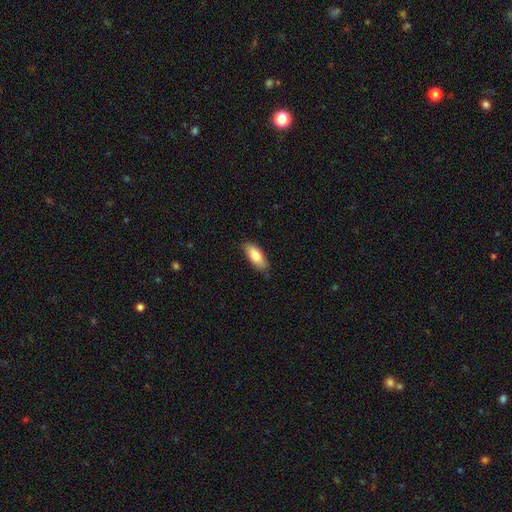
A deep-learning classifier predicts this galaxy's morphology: Smooth or featured?
  - smooth: 80% *
  - featured or disk: 14%
  - star or artifact: 6%
How rounded?
  - in between: 83% *
  - cigar-shaped: 15%
  - round: 2%
Merging?
  - none: 83% *
  - minor disturbance: 14%
  - major disturbance: 2%
  - merger: 1%